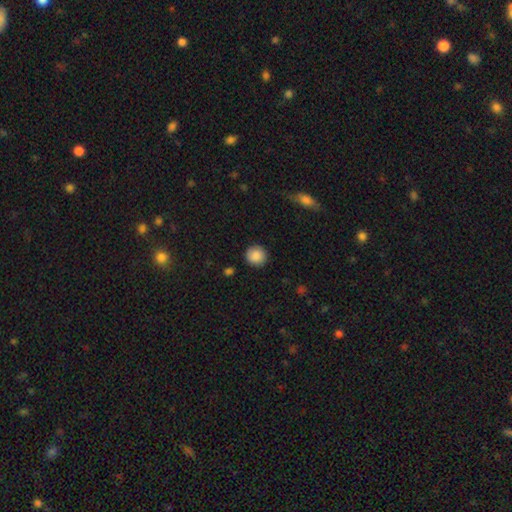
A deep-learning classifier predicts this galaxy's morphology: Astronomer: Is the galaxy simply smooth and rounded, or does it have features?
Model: smooth — 88%.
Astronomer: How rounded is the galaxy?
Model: round — 93%.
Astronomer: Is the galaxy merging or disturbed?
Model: none — 89%.